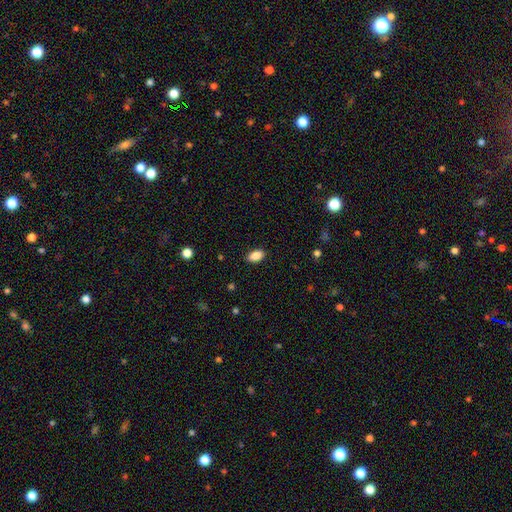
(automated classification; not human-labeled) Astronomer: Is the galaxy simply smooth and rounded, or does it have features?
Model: smooth — 87%.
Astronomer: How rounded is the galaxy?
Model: in between — 91%.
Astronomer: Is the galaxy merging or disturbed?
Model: none — 88%.